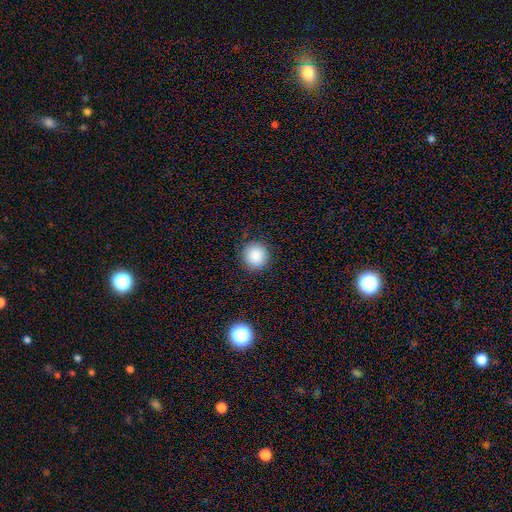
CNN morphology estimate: Smooth or featured? Predicted: smooth (p=0.87). How rounded? Predicted: round (p=0.89). Merging? Predicted: none (p=0.90).